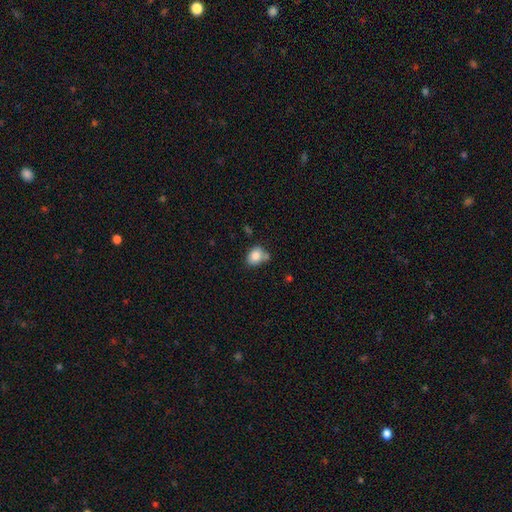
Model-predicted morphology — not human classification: A smooth galaxy with no disk features (83%) that is in between round and cigar-shaped (56%).

Vote fractions:
- Smooth or featured? smooth: 83% / star or artifact: 9% / featured or disk: 8%
- How rounded? in between: 56% / round: 43% / cigar-shaped: 1%
- Merging? none: 53% / minor disturbance: 25% / merger: 15% / major disturbance: 6%